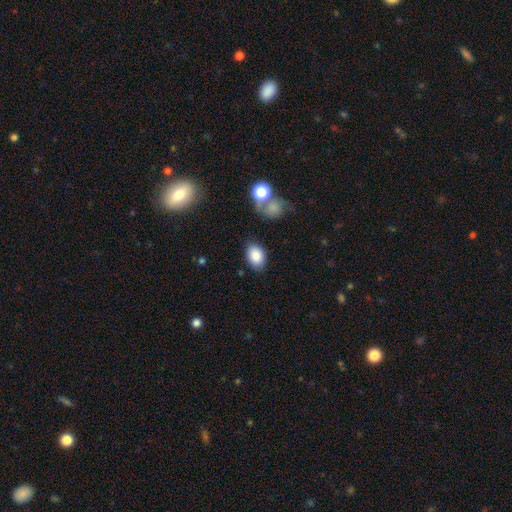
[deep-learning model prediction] smooth-or-featured: smooth: 87% | star or artifact: 8% | featured or disk: 5%
  how-rounded: in between: 83% | round: 16% | cigar-shaped: 1%
  merging: none: 80% | minor disturbance: 13% | major disturbance: 4% | merger: 4%